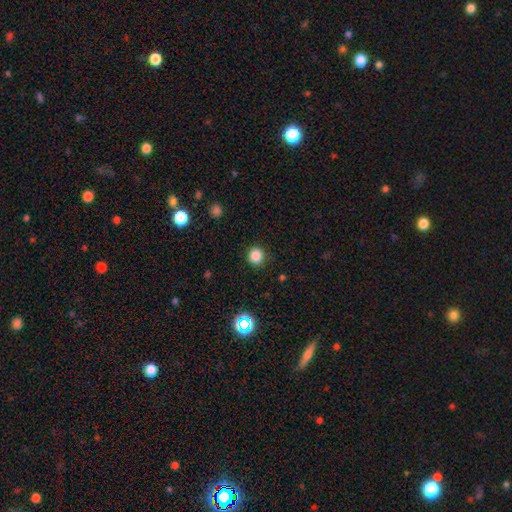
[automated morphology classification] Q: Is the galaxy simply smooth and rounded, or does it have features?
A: smooth — 83%.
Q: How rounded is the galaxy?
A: round — 90%.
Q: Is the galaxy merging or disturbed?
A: none — 89%.